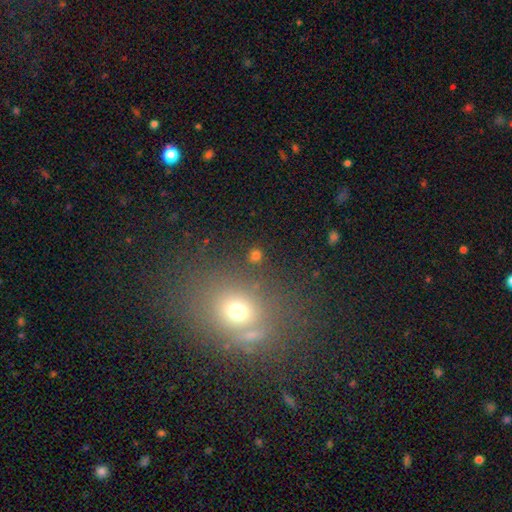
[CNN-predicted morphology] A smooth galaxy with no disk features (74%) that is round (87%).

Vote fractions:
- Smooth or featured? smooth: 74% / star or artifact: 20% / featured or disk: 6%
- How rounded? round: 87% / in between: 12% / cigar-shaped: 1%
- Merging? none: 85% / minor disturbance: 6% / merger: 6% / major disturbance: 3%